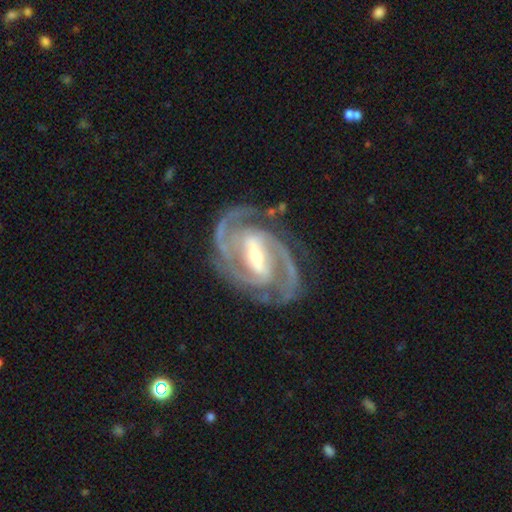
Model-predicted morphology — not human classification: smooth_or_featured: featured or disk (p=0.94) [alt: star or artifact p=0.04]
disk_edge_on: no (p=0.98) [alt: yes p=0.02]
bar: strong (p=0.68) [alt: weak p=0.25]
has_spiral_arms: yes (p=0.99) [alt: no p=0.01]
spiral_winding: tight (p=0.49) [alt: medium p=0.46]
spiral_arm_count: 2 (p=0.80) [alt: 3 p=0.12]
bulge_size: moderate (p=0.49) [alt: small p=0.45]
merging: none (p=0.79) [alt: minor disturbance p=0.14]